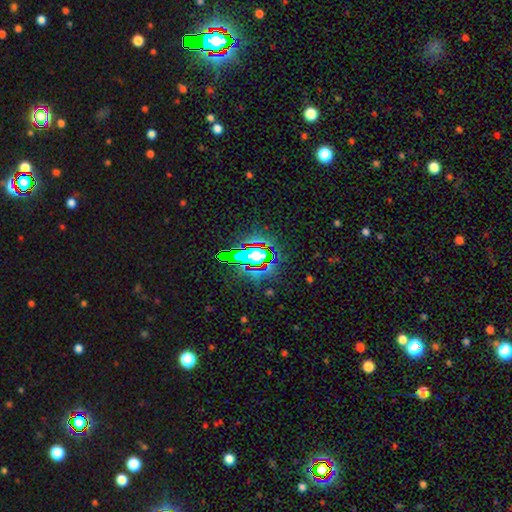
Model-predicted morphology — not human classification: Smooth or featured: star or artifact — 66% (smooth — 21%)